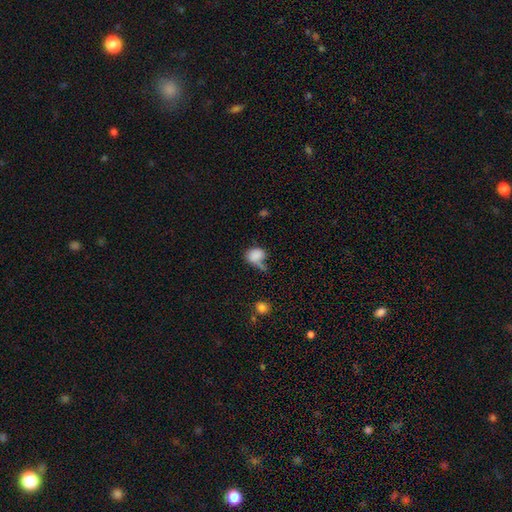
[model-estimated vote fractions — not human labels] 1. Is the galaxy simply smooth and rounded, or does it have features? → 83% smooth, 10% star or artifact, 7% featured or disk.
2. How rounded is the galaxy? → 56% in between, 42% round, 1% cigar-shaped.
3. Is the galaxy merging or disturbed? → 41% none, 27% minor disturbance, 16% merger, 16% major disturbance.